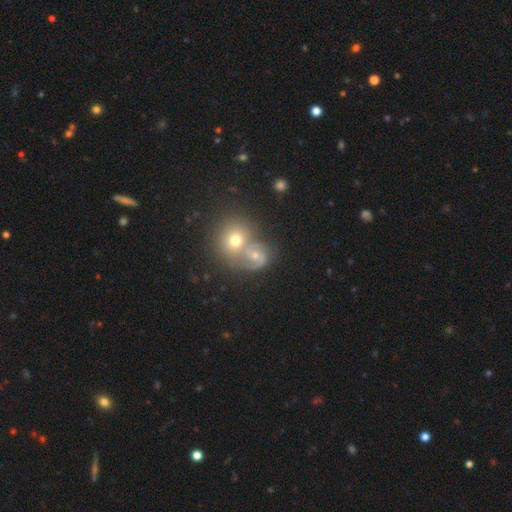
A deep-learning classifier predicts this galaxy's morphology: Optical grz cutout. It shows a featured or disk galaxy (71%) with no bar (55%), 2 (85%) medium (59%) spiral arms (93%) and a moderate central bulge (49%). Merging: merger (44%).